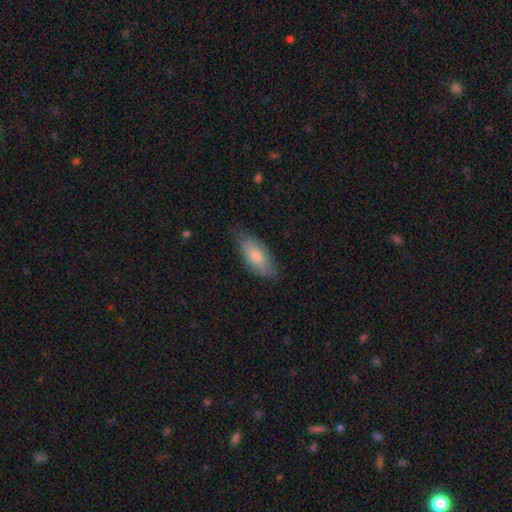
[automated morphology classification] smooth_or_featured: smooth (p=0.73) [alt: featured or disk p=0.21]
how_rounded: in between (p=0.84) [alt: cigar-shaped p=0.14]
merging: none (p=0.75) [alt: minor disturbance p=0.20]